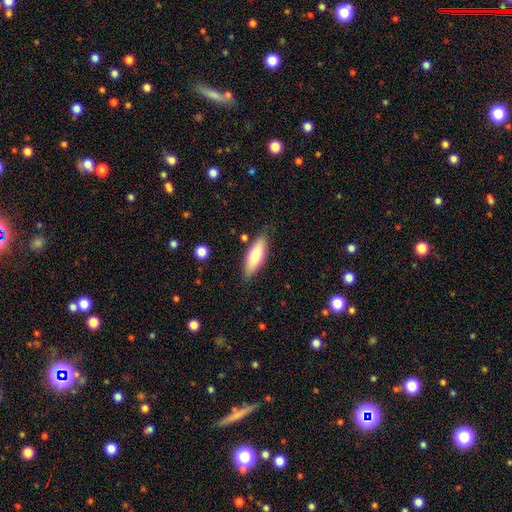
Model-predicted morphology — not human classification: smooth_or_featured: smooth (p=0.73) [alt: featured or disk p=0.21]
how_rounded: in between (p=0.57) [alt: cigar-shaped p=0.41]
merging: none (p=0.82) [alt: minor disturbance p=0.13]